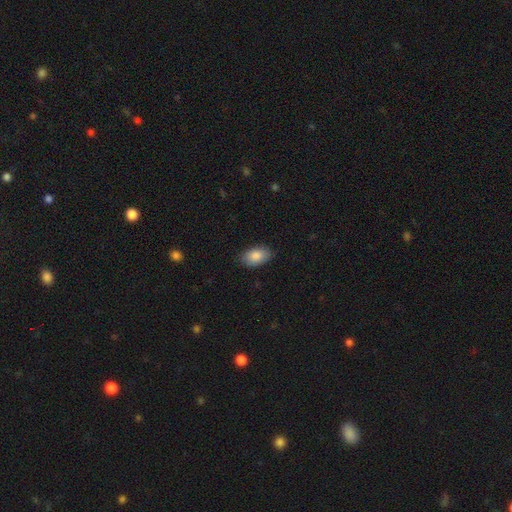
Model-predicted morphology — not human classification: A smooth galaxy with no disk features (87%) that is in between round and cigar-shaped (93%).

Vote fractions:
- Smooth or featured? smooth: 87% / featured or disk: 7% / star or artifact: 6%
- How rounded? in between: 93% / round: 5% / cigar-shaped: 1%
- Merging? none: 85% / minor disturbance: 11% / major disturbance: 2% / merger: 1%